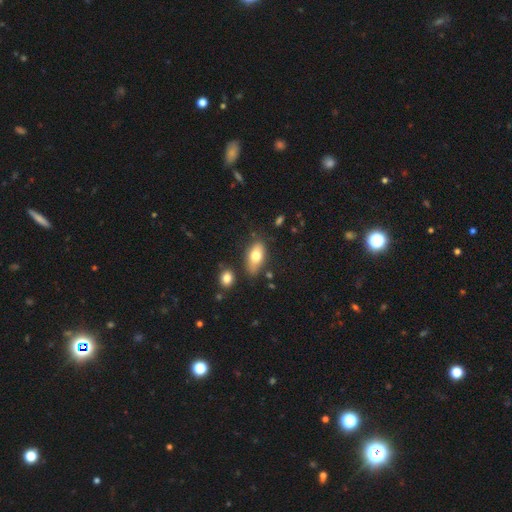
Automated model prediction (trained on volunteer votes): Morphology: type=smooth (72%); roundness=in between (88%); merging=none (71%).